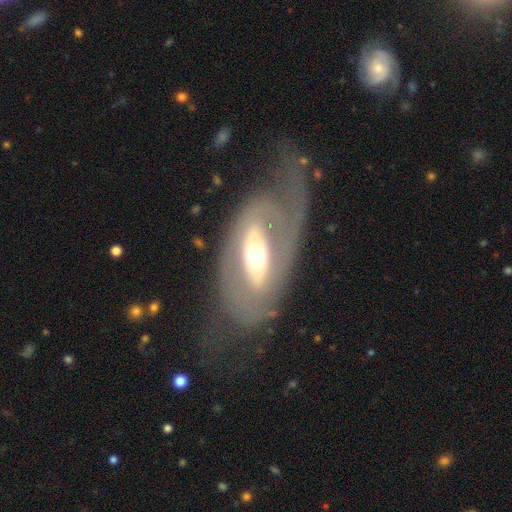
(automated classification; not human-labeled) The model was most divided on "bar": no: 37%, strong: 36%, weak: 28%. Remaining: edge-on disk — no (90%); smooth or featured — featured or disk (73%); bulge size — moderate (65%); spiral arms — yes (54%); merging — none (46%).